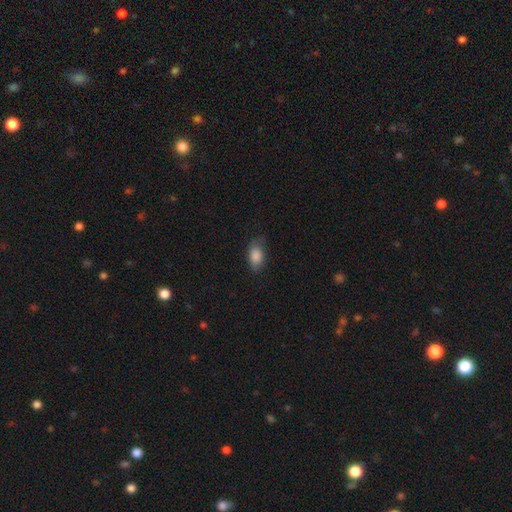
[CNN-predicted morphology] Smooth or featured? smooth (84%)
How rounded? in between (89%)
Merging? none (67%)